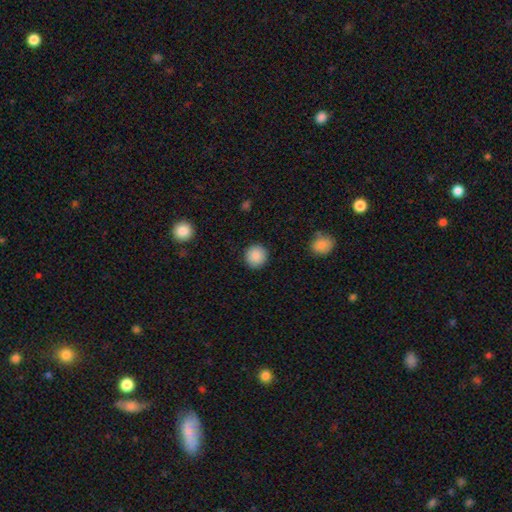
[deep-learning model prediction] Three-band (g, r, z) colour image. It shows a smooth galaxy with no disk features (89%) that is round (93%). Merging: none (92%).